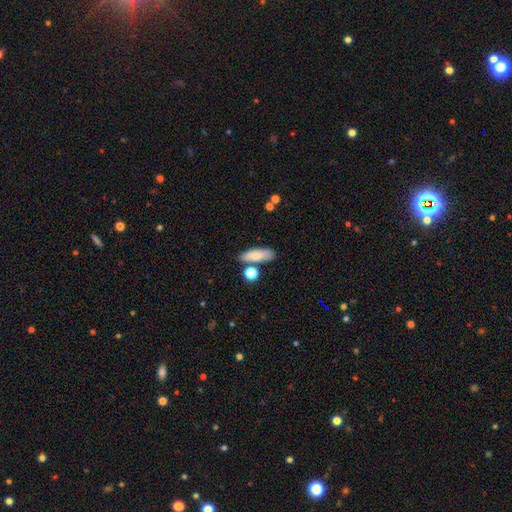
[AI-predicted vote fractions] A smooth galaxy with no disk features (80%) that is in between round and cigar-shaped (61%). Merging: none (68%).